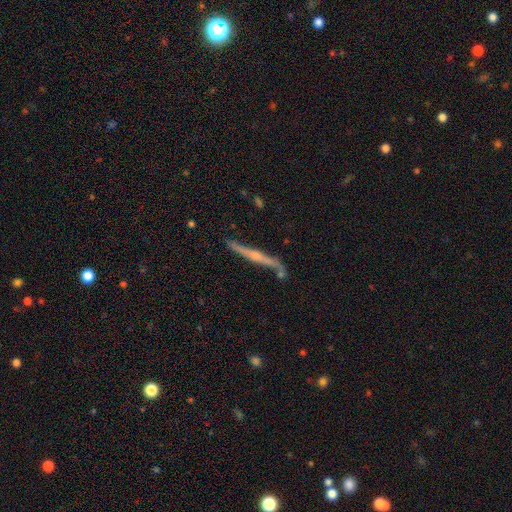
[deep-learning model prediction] A featured or disk galaxy (71%) viewed edge-on (94%) with a rounded central bulge (58%).

Vote fractions:
- Smooth or featured? featured or disk: 71% / smooth: 23% / star or artifact: 6%
- Edge-on disk? yes: 94% / no: 6%
- Edge-on bulge? rounded: 58% / none: 30% / boxy: 11%
- Merging? none: 72% / minor disturbance: 18% / merger: 6% / major disturbance: 4%